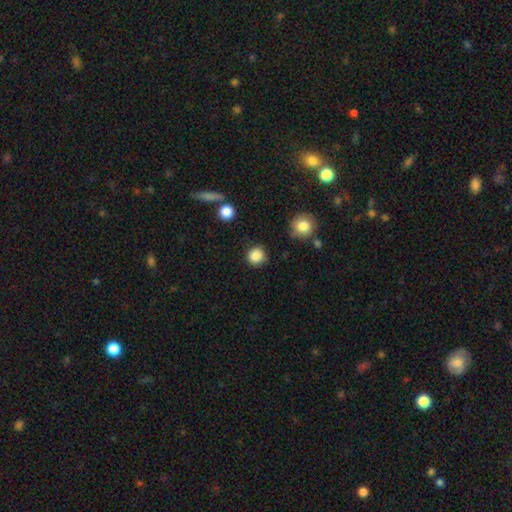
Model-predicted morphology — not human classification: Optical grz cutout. It shows a smooth galaxy with no disk features (86%) that is round (92%). Merging: none (86%).